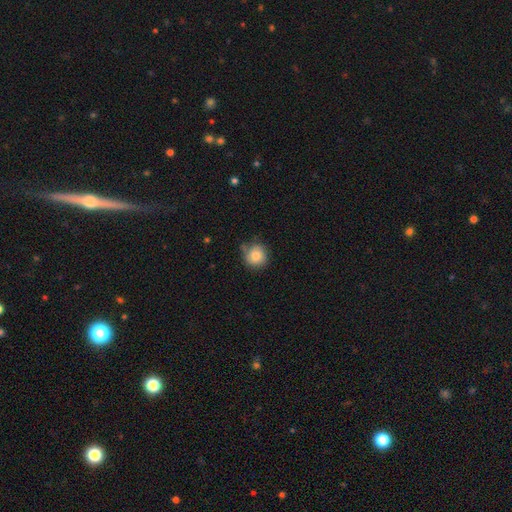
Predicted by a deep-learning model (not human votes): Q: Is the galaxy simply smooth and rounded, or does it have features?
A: smooth — 79%.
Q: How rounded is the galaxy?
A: round — 89%.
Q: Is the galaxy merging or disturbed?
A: none — 66%.